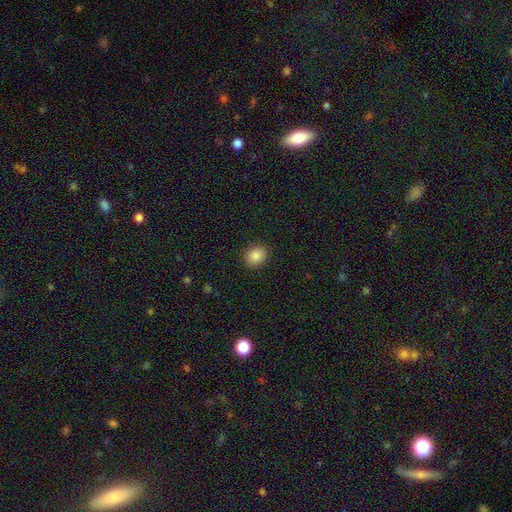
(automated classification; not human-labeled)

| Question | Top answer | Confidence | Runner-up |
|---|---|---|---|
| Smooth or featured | smooth | 86% | star or artifact (9%) |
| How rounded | round | 61% | in between (38%) |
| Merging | none | 89% | minor disturbance (8%) |